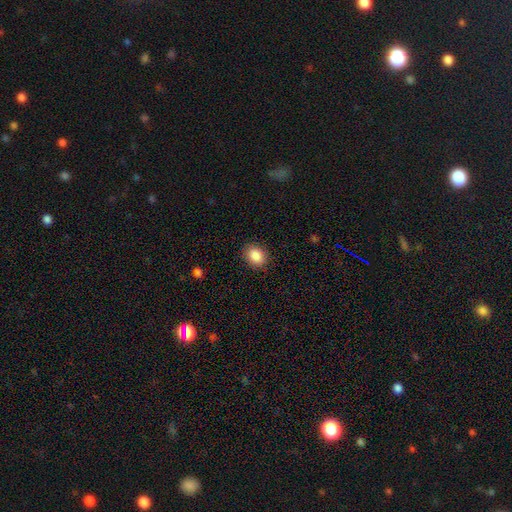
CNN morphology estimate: A smooth galaxy with no disk features (88%) that is in between round and cigar-shaped (51%).

Vote fractions:
- Smooth or featured? smooth: 88% / star or artifact: 8% / featured or disk: 4%
- How rounded? in between: 51% / round: 48% / cigar-shaped: 1%
- Merging? none: 87% / minor disturbance: 9% / major disturbance: 3% / merger: 1%